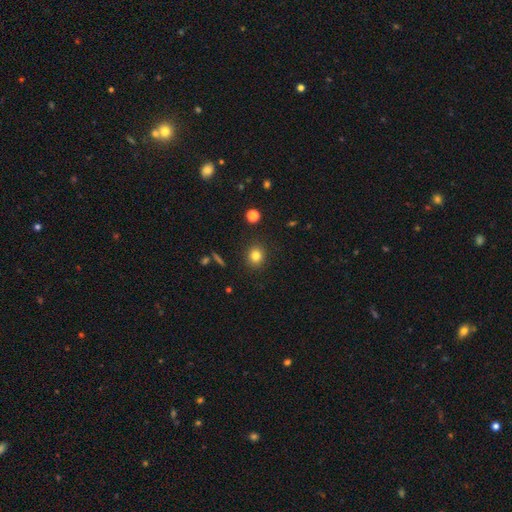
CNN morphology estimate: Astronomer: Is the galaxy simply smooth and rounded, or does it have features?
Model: smooth — 81%.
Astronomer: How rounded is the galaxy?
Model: round — 78%.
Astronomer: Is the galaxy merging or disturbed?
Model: none — 89%.